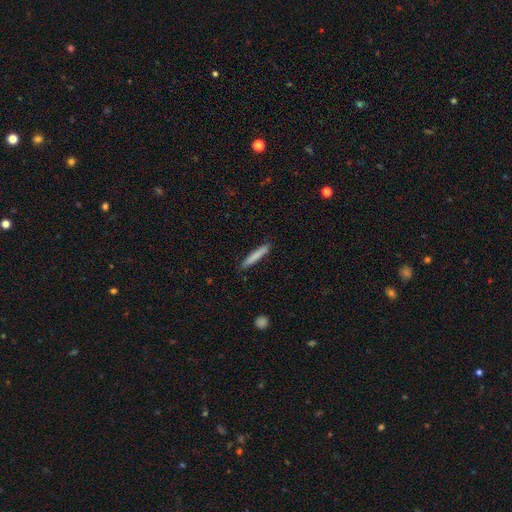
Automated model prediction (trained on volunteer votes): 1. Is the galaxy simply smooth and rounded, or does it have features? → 79% smooth, 15% featured or disk, 6% star or artifact.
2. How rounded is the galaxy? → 95% cigar-shaped, 4% in between, 1% round.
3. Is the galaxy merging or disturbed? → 89% none, 8% minor disturbance, 2% major disturbance, 1% merger.